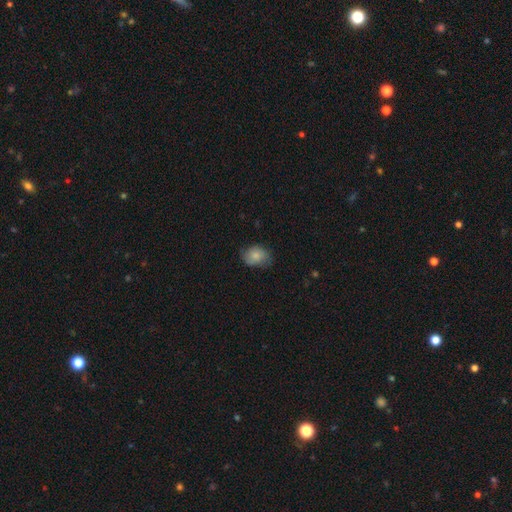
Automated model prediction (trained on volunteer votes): Smooth or featured? Predicted: smooth (p=0.78). How rounded? Predicted: in between (p=0.64). Merging? Predicted: none (p=0.66).